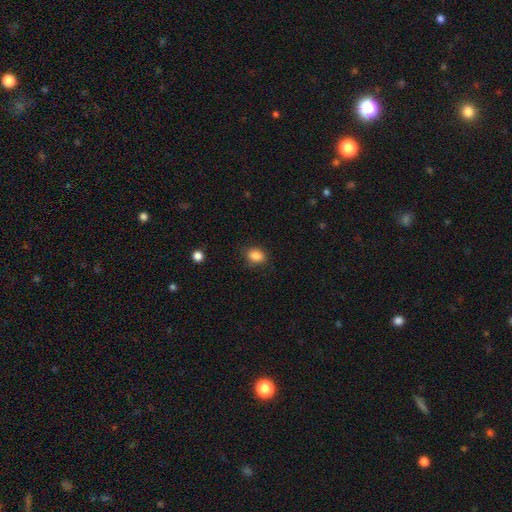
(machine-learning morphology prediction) Smooth or featured?
  - smooth: 86% *
  - star or artifact: 10%
  - featured or disk: 4%
How rounded?
  - in between: 67% *
  - round: 32%
  - cigar-shaped: 1%
Merging?
  - none: 84% *
  - minor disturbance: 12%
  - major disturbance: 3%
  - merger: 1%